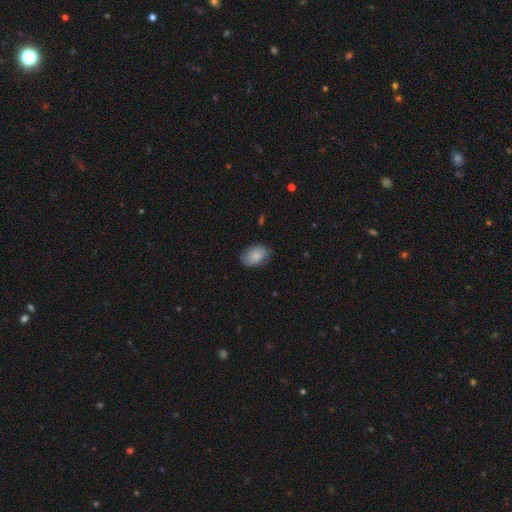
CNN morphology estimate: This appears to be a smooth galaxy with no disk features (80%) that is in between round and cigar-shaped (86%). Merging: none (74%).